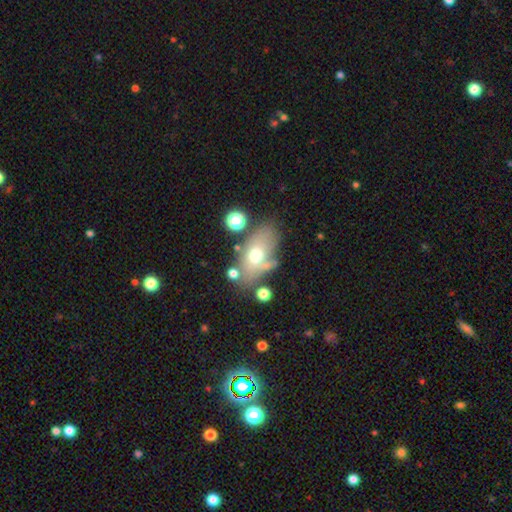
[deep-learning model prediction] Smooth or featured?
  - smooth: 56% *
  - featured or disk: 33%
  - star or artifact: 11%
How rounded?
  - in between: 85% *
  - round: 11%
  - cigar-shaped: 4%
Merging?
  - none: 54% *
  - minor disturbance: 21%
  - merger: 13%
  - major disturbance: 13%